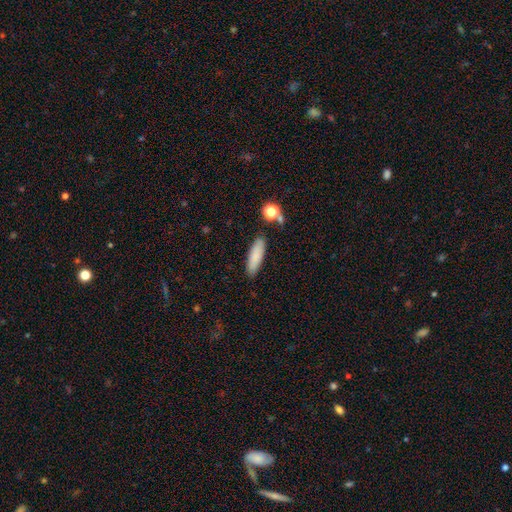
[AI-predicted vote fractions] smooth_or_featured: smooth (p=0.85) [alt: featured or disk p=0.08]
how_rounded: cigar-shaped (p=0.56) [alt: in between p=0.43]
merging: none (p=0.85) [alt: minor disturbance p=0.10]